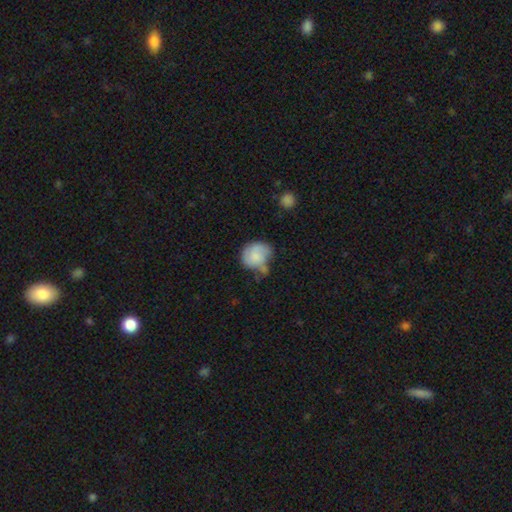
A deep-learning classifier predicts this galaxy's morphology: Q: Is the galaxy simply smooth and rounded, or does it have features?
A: smooth — 59%.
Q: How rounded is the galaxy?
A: round — 69%.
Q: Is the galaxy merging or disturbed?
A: none — 38%.